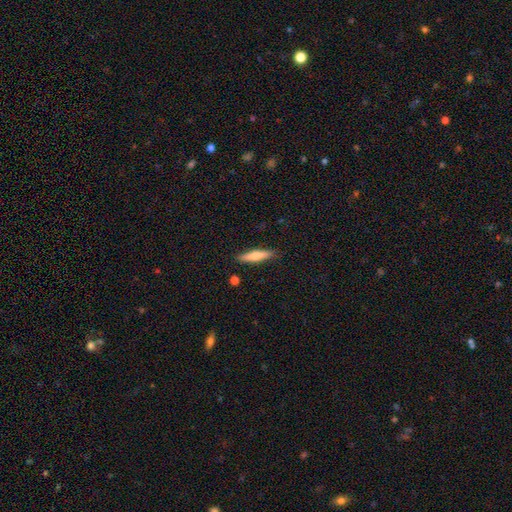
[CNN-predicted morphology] This appears to be a smooth galaxy with no disk features (66%) that is cigar-shaped (81%). Merging: none (87%).